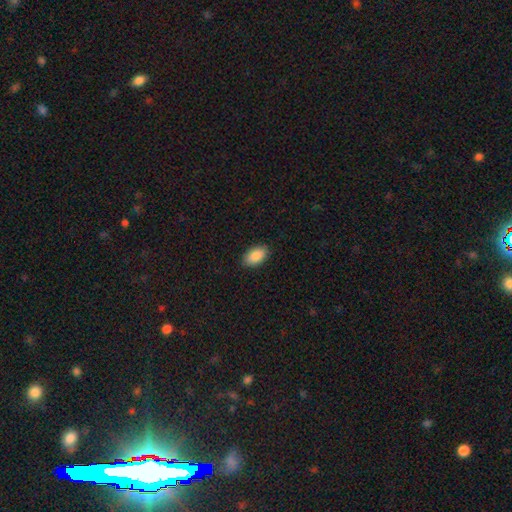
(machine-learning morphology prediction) type=smooth (89%); roundness=in between (94%); merging=none (88%).